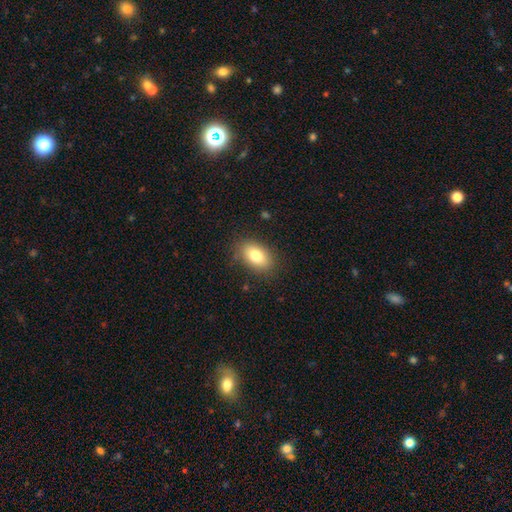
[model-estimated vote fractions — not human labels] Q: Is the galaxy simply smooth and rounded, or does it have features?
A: smooth — 81%.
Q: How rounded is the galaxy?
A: in between — 88%.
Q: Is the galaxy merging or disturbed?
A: none — 83%.